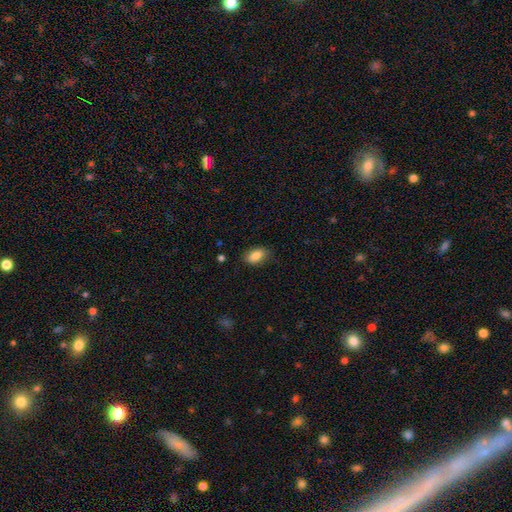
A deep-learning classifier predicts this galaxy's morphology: Smooth or featured? Predicted: smooth (p=0.86). How rounded? Predicted: in between (p=0.90). Merging? Predicted: none (p=0.82).